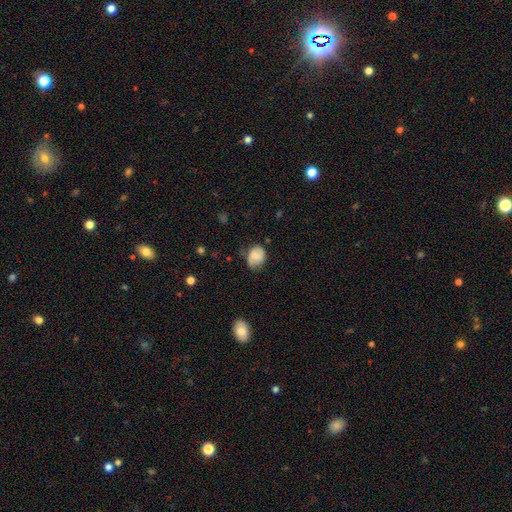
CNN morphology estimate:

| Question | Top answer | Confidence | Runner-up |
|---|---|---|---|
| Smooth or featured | smooth | 67% | featured or disk (24%) |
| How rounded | round | 50% | in between (49%) |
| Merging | none | 62% | minor disturbance (28%) |